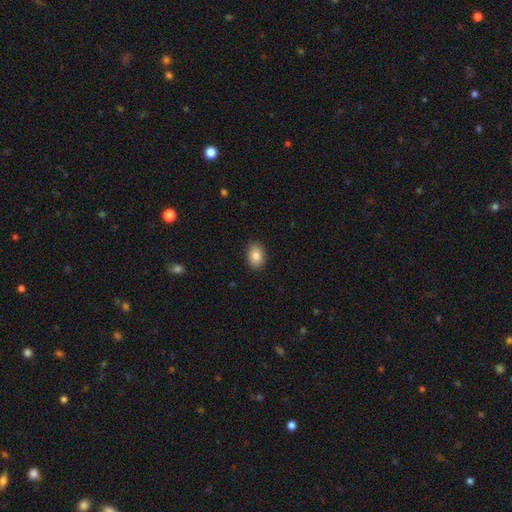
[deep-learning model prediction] smooth 86%, star or artifact 8%, featured or disk 6%. Down the decision tree: how rounded — in between (83%); merging — none (89%).